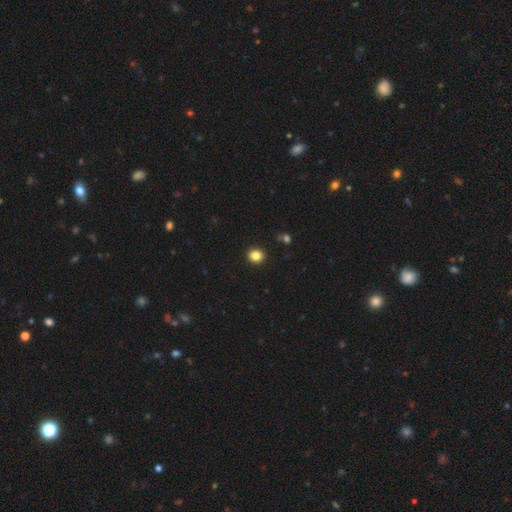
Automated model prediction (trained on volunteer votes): Q: Smooth or featured?
A: smooth (84%); runner-up: star or artifact (11%)
Q: How rounded?
A: round (80%); runner-up: in between (19%)
Q: Merging?
A: none (92%); runner-up: minor disturbance (6%)